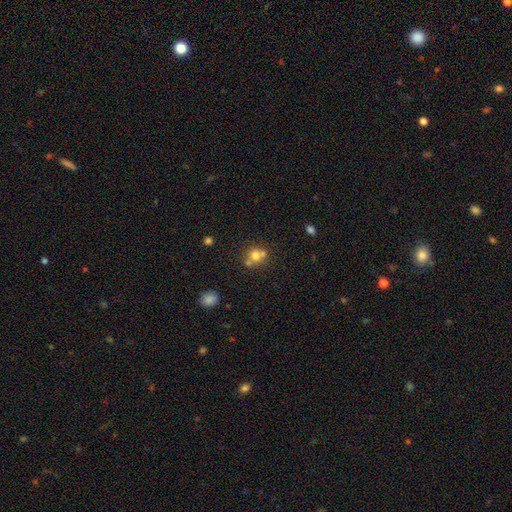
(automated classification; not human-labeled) Q: Smooth or featured?
A: smooth (68%); runner-up: featured or disk (17%)
Q: How rounded?
A: round (82%); runner-up: in between (17%)
Q: Merging?
A: none (48%); runner-up: merger (39%)